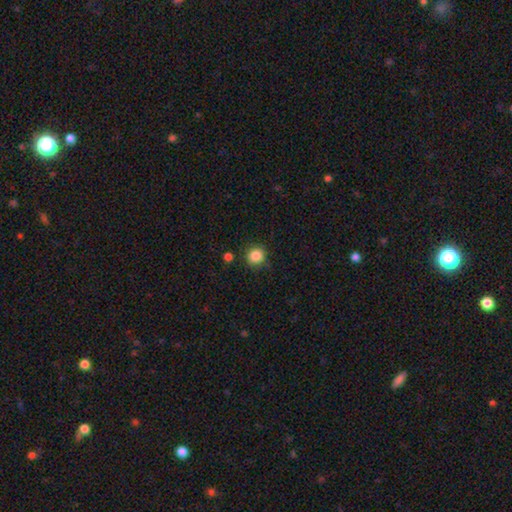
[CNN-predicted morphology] smooth 86%, star or artifact 11%, featured or disk 4%. Down the decision tree: how rounded — round (90%); merging — none (87%).